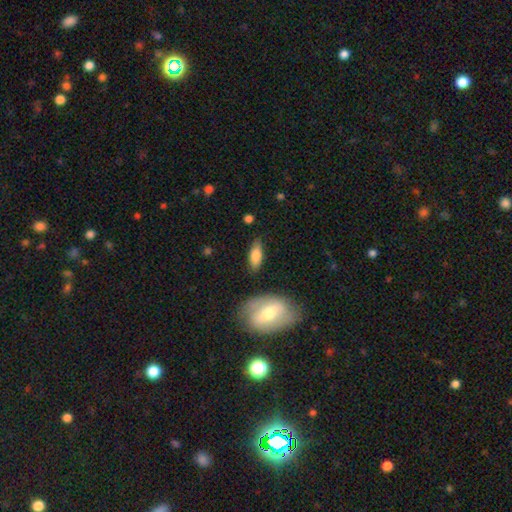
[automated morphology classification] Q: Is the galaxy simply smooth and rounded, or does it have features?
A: smooth — 79%.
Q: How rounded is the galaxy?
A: in between — 73%.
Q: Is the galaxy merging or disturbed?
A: none — 81%.